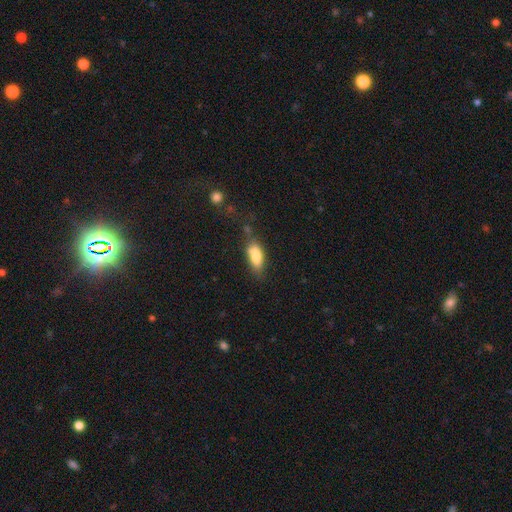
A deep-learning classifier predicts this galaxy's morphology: Smooth or featured: smooth — 79% (featured or disk — 13%)
How rounded: in between — 79% (cigar-shaped — 18%)
Merging: none — 57% (minor disturbance — 27%)